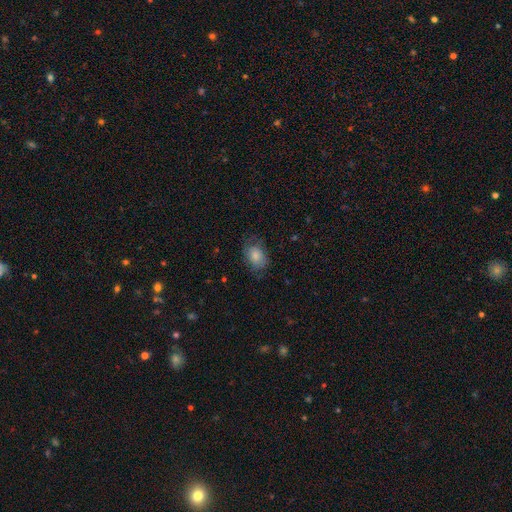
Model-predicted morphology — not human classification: smooth_or_featured: smooth (p=0.75) [alt: featured or disk p=0.17]
how_rounded: in between (p=0.79) [alt: round p=0.20]
merging: none (p=0.61) [alt: minor disturbance p=0.25]